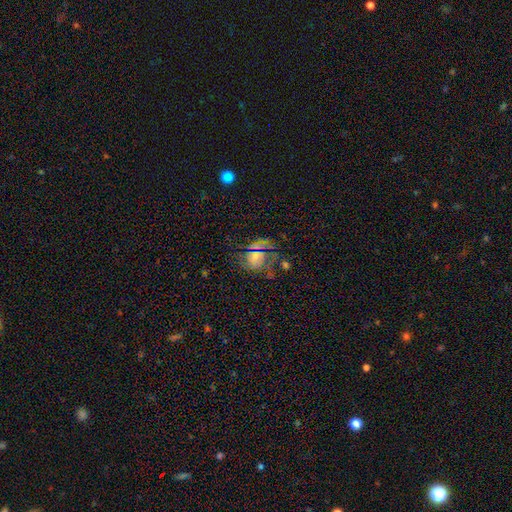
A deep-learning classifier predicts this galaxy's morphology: Smooth or featured: smooth — 35% (tied with featured or disk — 35%)
Merging: none — 59% (minor disturbance — 19%)